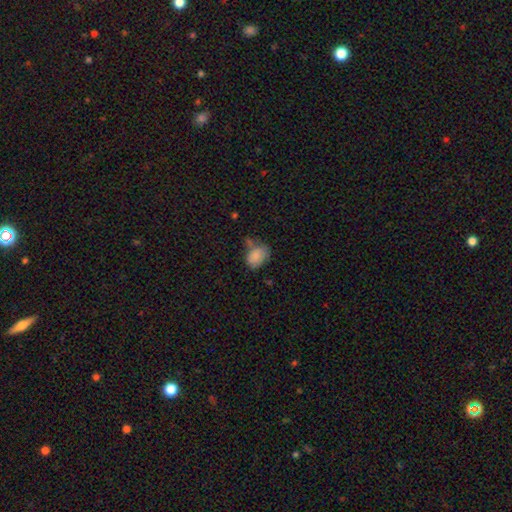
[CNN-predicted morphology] A smooth galaxy with no disk features (84%) that is in between round and cigar-shaped (75%). Merging: none (46%).